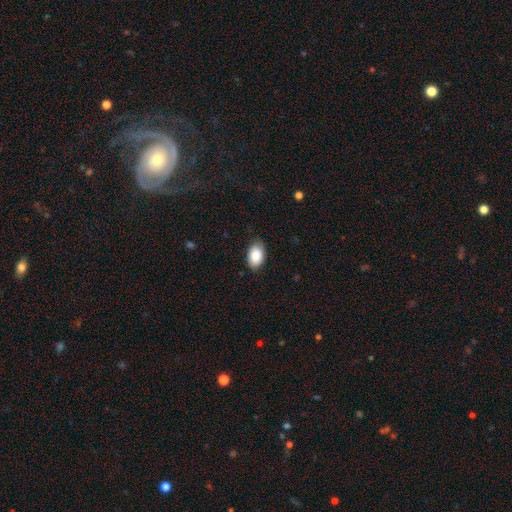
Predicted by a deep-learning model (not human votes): Overall: smooth (87%). How rounded: in between (90%). Merging: none (82%).